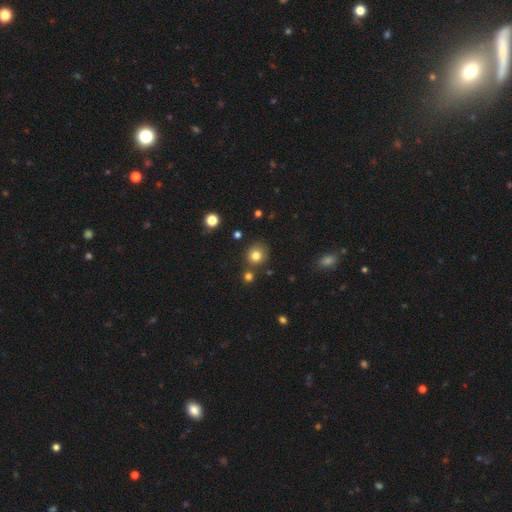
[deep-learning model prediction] Smooth or featured? smooth (79%)
How rounded? round (87%)
Merging? none (79%)